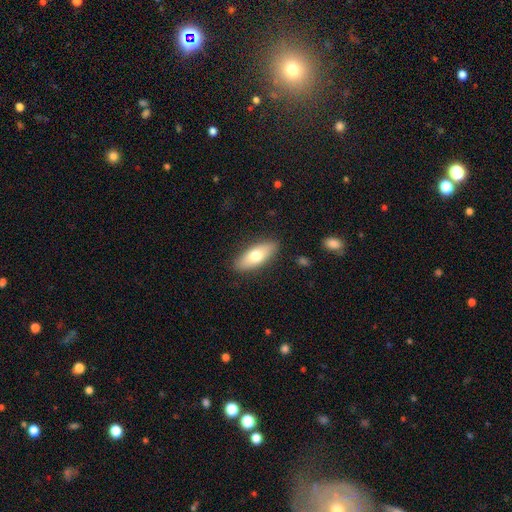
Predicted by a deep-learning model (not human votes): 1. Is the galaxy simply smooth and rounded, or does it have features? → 68% smooth, 26% featured or disk, 6% star or artifact.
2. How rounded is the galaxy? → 70% in between, 28% cigar-shaped, 3% round.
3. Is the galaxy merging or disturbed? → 87% none, 10% minor disturbance, 2% major disturbance, 1% merger.